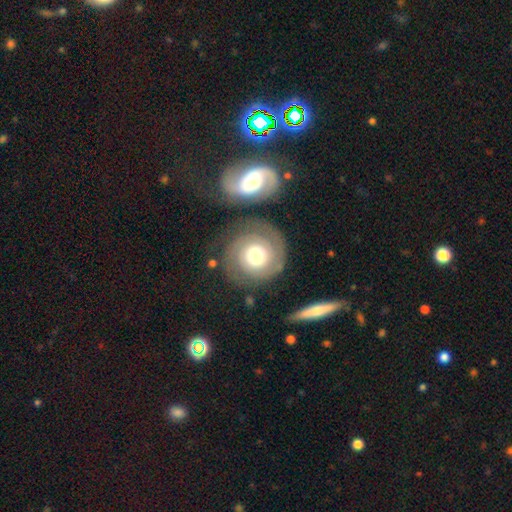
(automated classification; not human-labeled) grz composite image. It shows a featured or disk galaxy (69%) with no bar (82%), 2 (72%) tight (71%) spiral arms (89%) and a moderate central bulge (57%). Merging: none (71%).